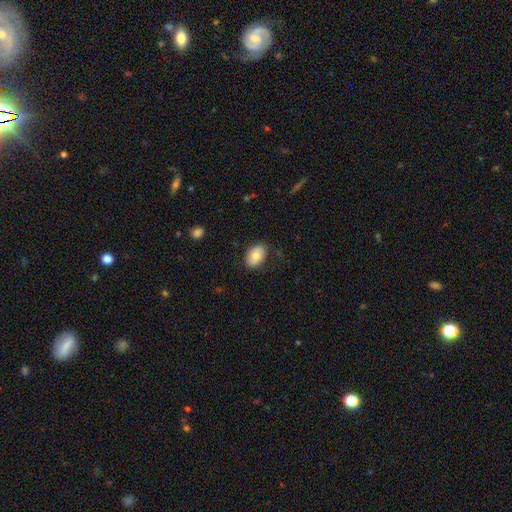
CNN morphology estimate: Q: Smooth or featured?
A: smooth (78%); runner-up: featured or disk (15%)
Q: How rounded?
A: in between (85%); runner-up: round (13%)
Q: Merging?
A: none (81%); runner-up: minor disturbance (14%)